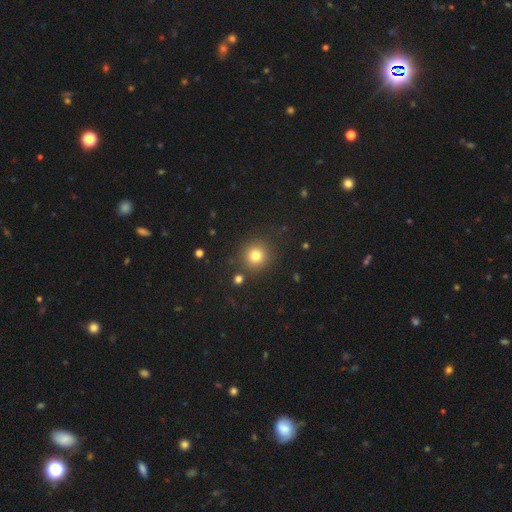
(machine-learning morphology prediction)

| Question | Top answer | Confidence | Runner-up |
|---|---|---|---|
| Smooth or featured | smooth | 79% | star or artifact (14%) |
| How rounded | round | 93% | in between (7%) |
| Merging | none | 86% | minor disturbance (7%) |